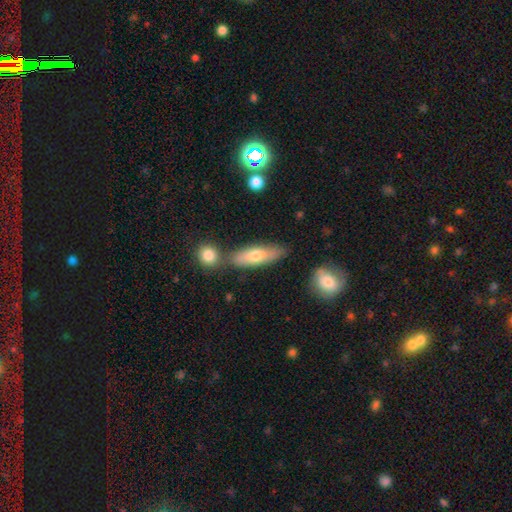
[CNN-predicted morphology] A smooth galaxy with no disk features (65%) that is cigar-shaped (49%). Merging: none (68%).